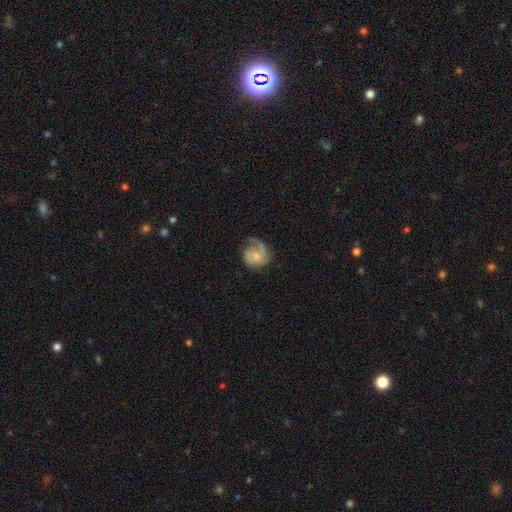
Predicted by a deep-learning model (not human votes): Smooth or featured: featured or disk — 70% (smooth — 24%)
Edge-on disk: no — 98% (yes — 2%)
Bar: no — 71% (weak — 25%)
Spiral arms: yes — 91% (no — 9%)
Spiral winding: medium — 41% (tight — 35%)
Spiral arm count: 1 — 46% (2 — 34%)
Bulge size: small — 54% (moderate — 36%)
Merging: none — 54% (minor disturbance — 24%)